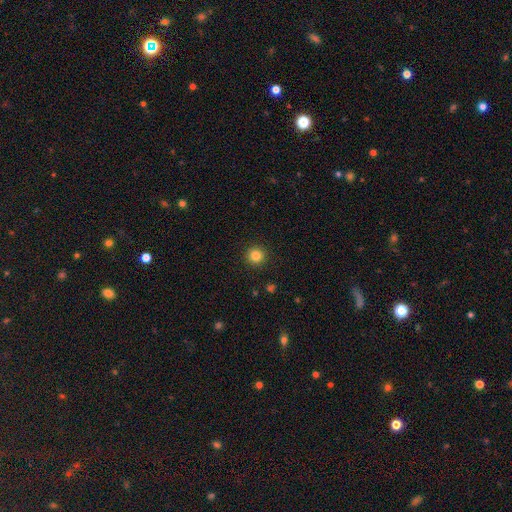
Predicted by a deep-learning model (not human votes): Smooth or featured: smooth — 84% (star or artifact — 12%)
How rounded: round — 95% (in between — 4%)
Merging: none — 93% (minor disturbance — 5%)